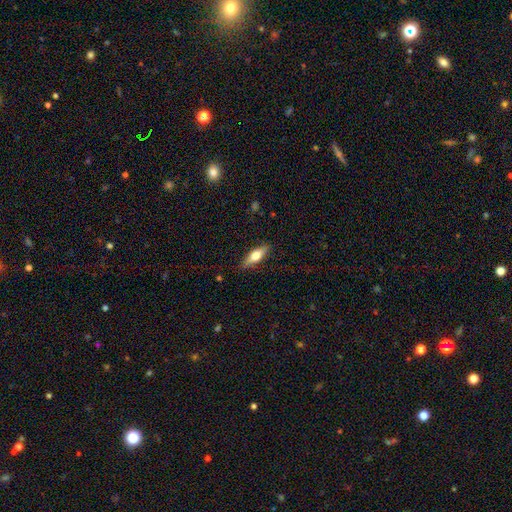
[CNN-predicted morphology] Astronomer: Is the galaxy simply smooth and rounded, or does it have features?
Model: smooth — 52% (runner-up: featured or disk, 41%).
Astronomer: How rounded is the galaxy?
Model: in between — 49% (runner-up: cigar-shaped, 48%).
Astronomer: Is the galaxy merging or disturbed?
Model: none — 86%.